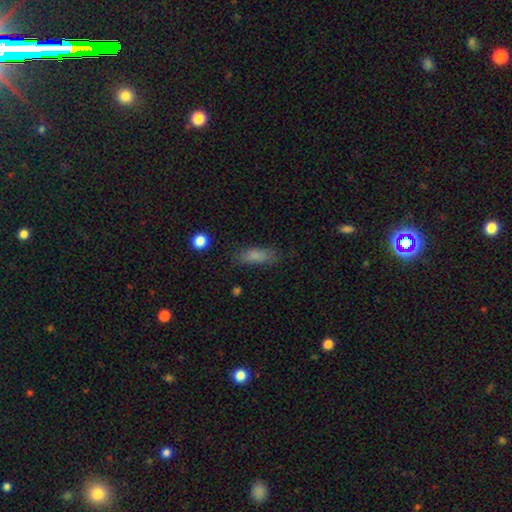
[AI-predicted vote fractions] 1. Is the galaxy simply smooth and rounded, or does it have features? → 82% smooth, 9% star or artifact, 8% featured or disk.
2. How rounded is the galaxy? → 64% in between, 33% cigar-shaped, 3% round.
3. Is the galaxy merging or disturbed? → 74% none, 18% minor disturbance, 6% major disturbance, 2% merger.